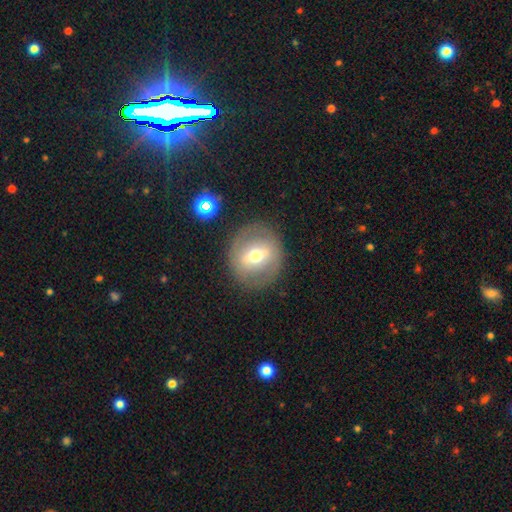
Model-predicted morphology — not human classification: Smooth or featured? Predicted: featured or disk (p=0.47). Merging? Predicted: none (p=0.83).